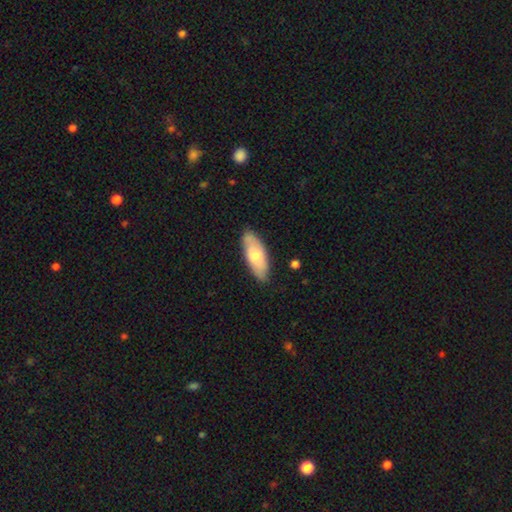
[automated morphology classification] The model was most divided on "smooth or featured": smooth: 65%, featured or disk: 29%, star or artifact: 5%. More confident: merging — none (83%); how rounded — in between (77%).